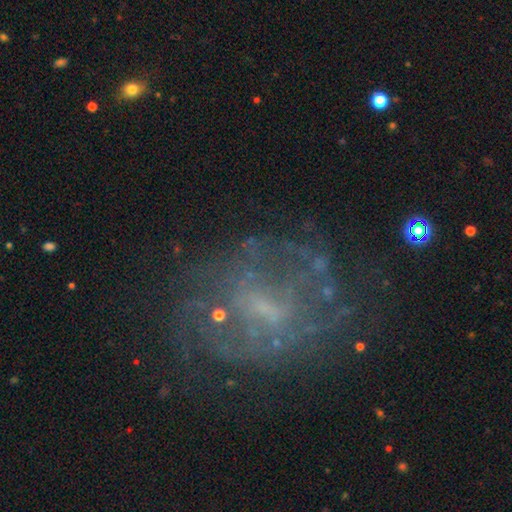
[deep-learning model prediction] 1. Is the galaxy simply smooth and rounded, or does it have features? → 69% featured or disk, 15% star or artifact, 15% smooth.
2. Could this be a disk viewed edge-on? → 97% no, 3% yes.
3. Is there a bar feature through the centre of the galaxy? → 45% weak, 43% no, 12% strong.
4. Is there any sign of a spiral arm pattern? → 56% yes, 44% no.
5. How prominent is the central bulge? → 46% small, 34% none, 17% moderate, 2% large, 1% dominant.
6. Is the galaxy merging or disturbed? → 58% none, 21% major disturbance, 18% minor disturbance, 3% merger.